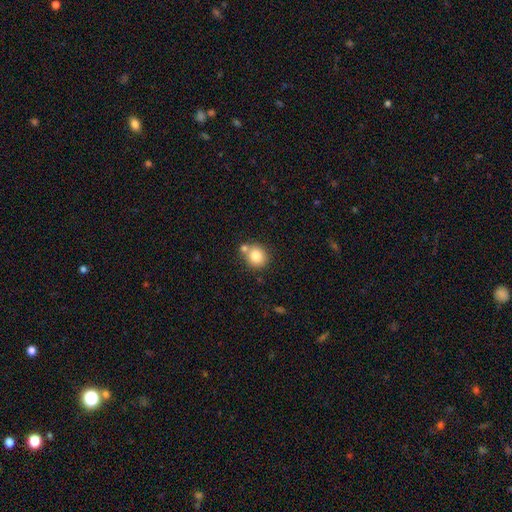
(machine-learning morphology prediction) This appears to be a smooth galaxy with no disk features (81%) that is round (83%). Merging: none (63%).